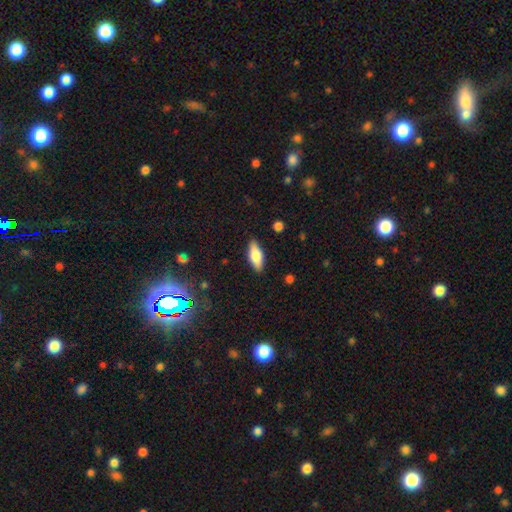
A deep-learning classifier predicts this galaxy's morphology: The model was most divided on "smooth or featured": smooth: 71%, featured or disk: 22%, star or artifact: 7%. More confident: merging — none (87%); how rounded — in between (74%).